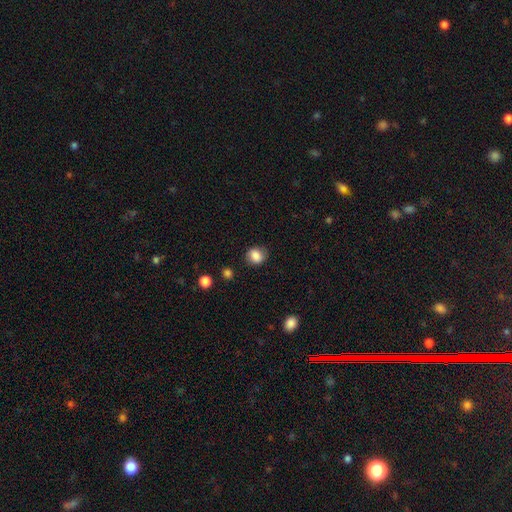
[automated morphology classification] Smooth or featured?
  - smooth: 85% *
  - star or artifact: 9%
  - featured or disk: 6%
How rounded?
  - round: 64% *
  - in between: 35%
  - cigar-shaped: 1%
Merging?
  - none: 79% *
  - minor disturbance: 15%
  - major disturbance: 4%
  - merger: 2%